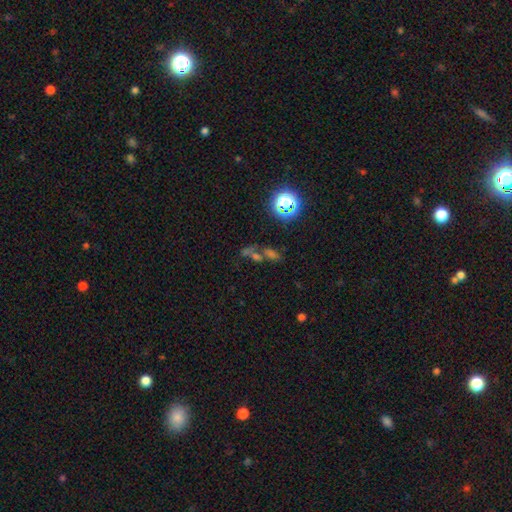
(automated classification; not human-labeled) Overall: star or artifact (47%; smooth 33%).